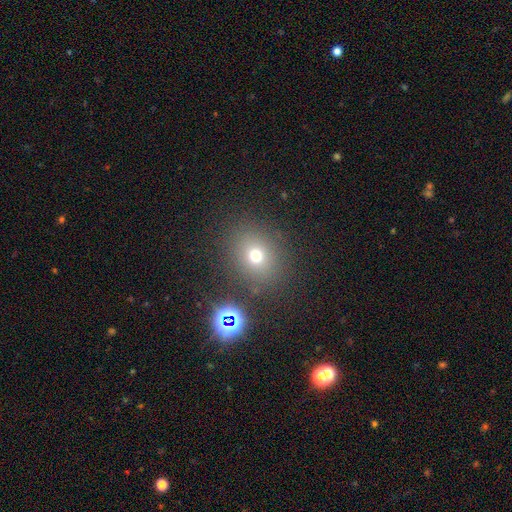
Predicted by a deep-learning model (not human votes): A smooth galaxy with no disk features (69%) that is round (72%).

Vote fractions:
- Smooth or featured? smooth: 69% / star or artifact: 21% / featured or disk: 10%
- How rounded? round: 72% / in between: 27% / cigar-shaped: 1%
- Merging? none: 82% / minor disturbance: 9% / major disturbance: 4% / merger: 4%